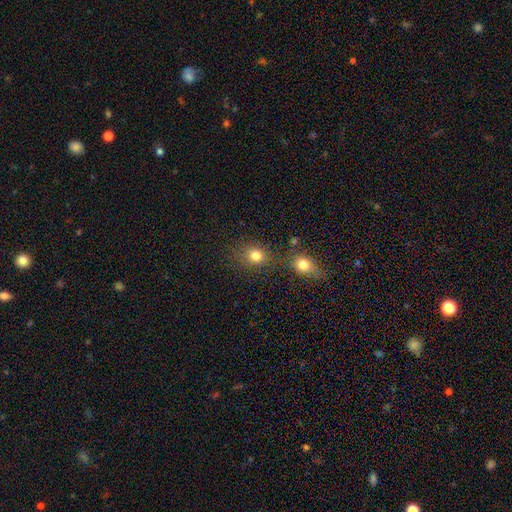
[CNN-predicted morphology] A smooth galaxy with no disk features (80%) that is round (66%). Merging: none (62%).